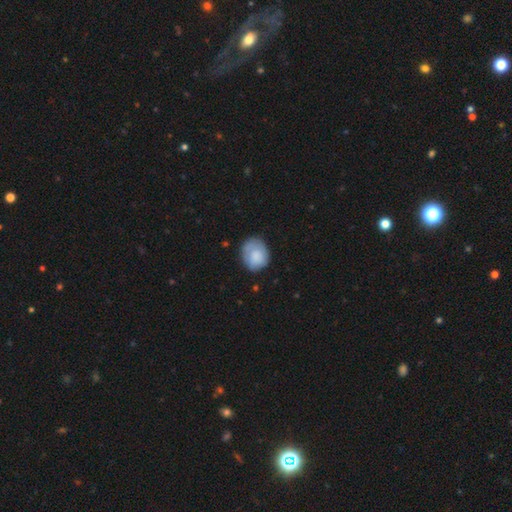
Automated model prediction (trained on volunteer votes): This appears to be a smooth galaxy with no disk features (74%) that is round (62%). Merging: none (62%).